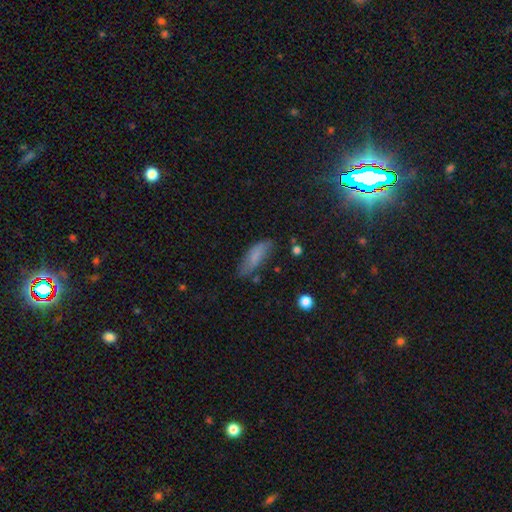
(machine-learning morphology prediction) Smooth or featured? Predicted: smooth (p=0.73). How rounded? Predicted: in between (p=0.61). Merging? Predicted: none (p=0.69).